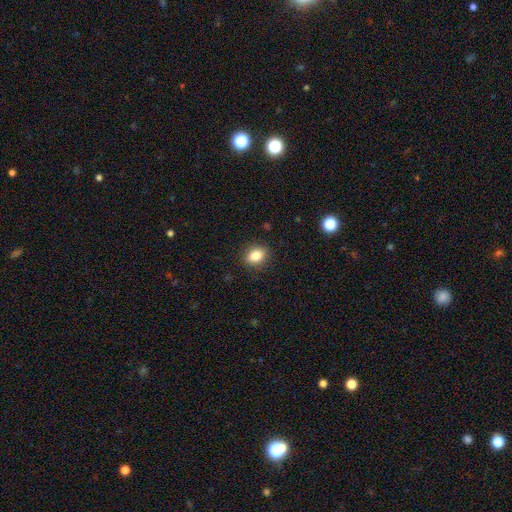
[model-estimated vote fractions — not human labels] Smooth or featured? smooth (84%)
How rounded? in between (65%)
Merging? none (88%)